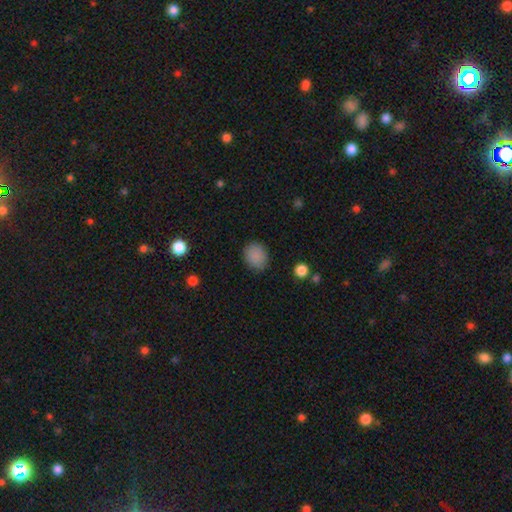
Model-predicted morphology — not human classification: Smooth or featured? smooth (87%)
How rounded? round (66%)
Merging? none (83%)